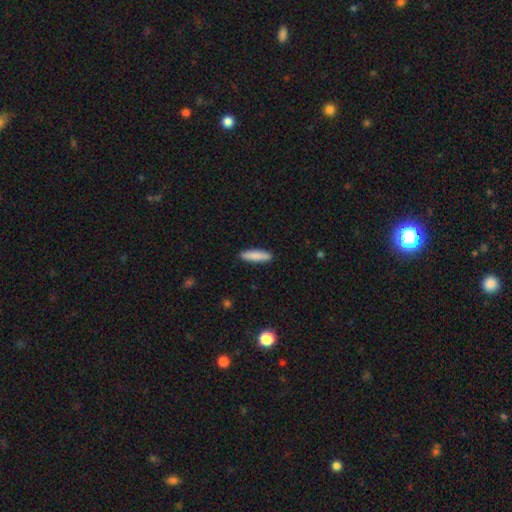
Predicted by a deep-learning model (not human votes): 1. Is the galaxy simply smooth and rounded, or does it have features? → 86% smooth, 8% featured or disk, 6% star or artifact.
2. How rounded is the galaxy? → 74% cigar-shaped, 24% in between, 1% round.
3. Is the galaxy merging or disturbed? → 90% none, 7% minor disturbance, 2% major disturbance, 1% merger.